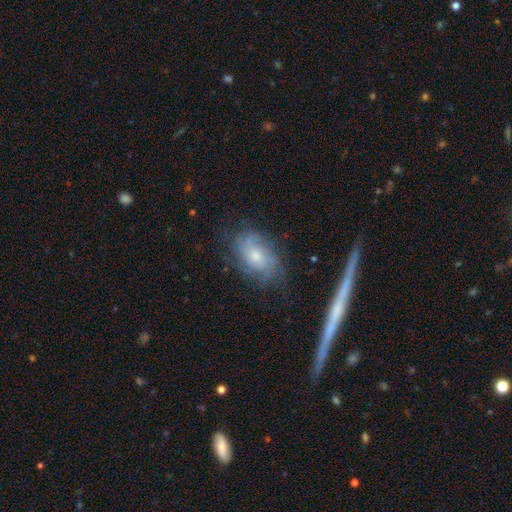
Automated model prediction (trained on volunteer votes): smooth-or-featured: featured or disk: 61% | smooth: 31% | star or artifact: 8%
  disk-edge-on: no: 93% | yes: 7%
    bar: no: 75% | weak: 21% | strong: 4%
    has-spiral-arms: yes: 83% | no: 17%
    bulge-size: moderate: 54% | small: 34% | large: 7% | none: 4% | dominant: 1%
  merging: none: 66% | minor disturbance: 21% | major disturbance: 11% | merger: 2%